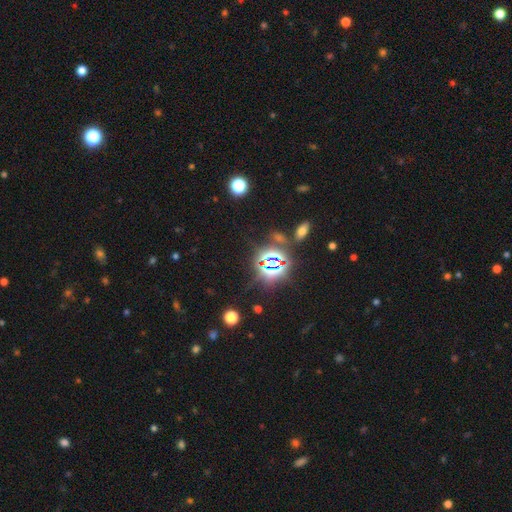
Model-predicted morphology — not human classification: A star or artifact, not a galaxy (83%).

Vote fractions:
- Smooth or featured? star or artifact: 83% / smooth: 11% / featured or disk: 6%